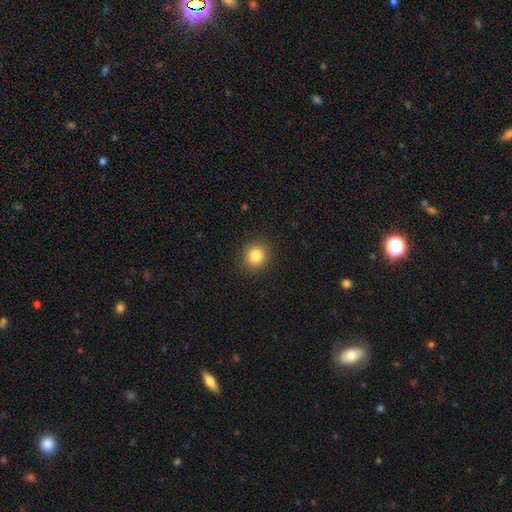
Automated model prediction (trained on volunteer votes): Morphology: type=smooth (83%); roundness=round (85%); merging=none (91%).